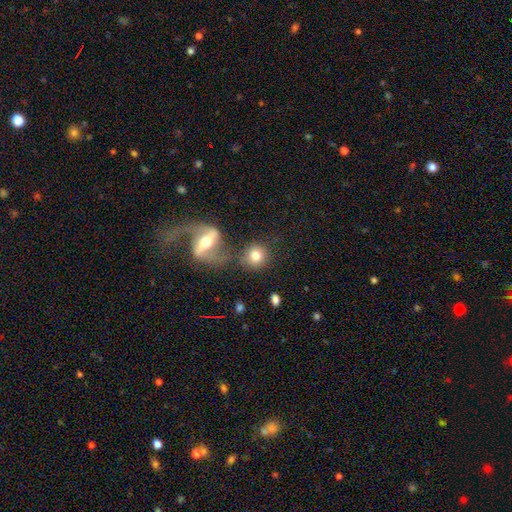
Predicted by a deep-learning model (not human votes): This is likely a smooth galaxy (72%). How rounded: clearly round (89%). Merging: likely none (66%).